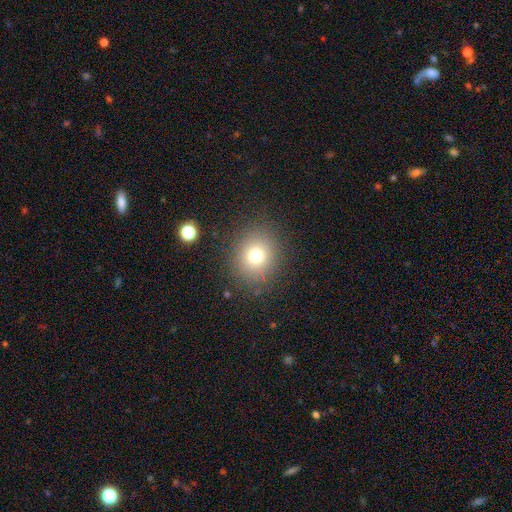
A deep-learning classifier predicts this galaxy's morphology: The model was most divided on "how rounded": round: 78%, in between: 21%, cigar-shaped: 1%. More confident: merging — none (85%); smooth or featured — smooth (74%).